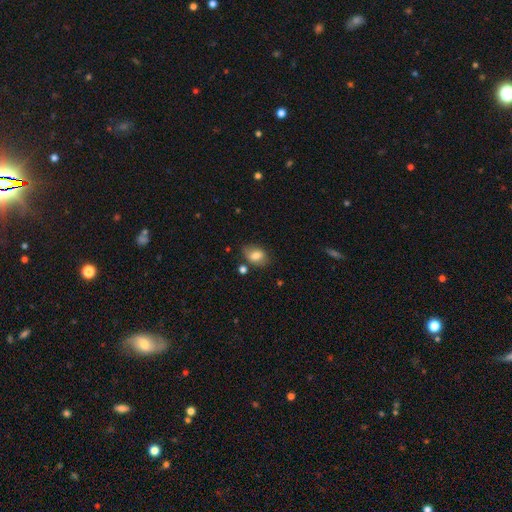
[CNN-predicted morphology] smooth_or_featured: smooth (p=0.77) [alt: featured or disk p=0.14]
how_rounded: in between (p=0.79) [alt: round p=0.20]
merging: none (p=0.70) [alt: minor disturbance p=0.19]